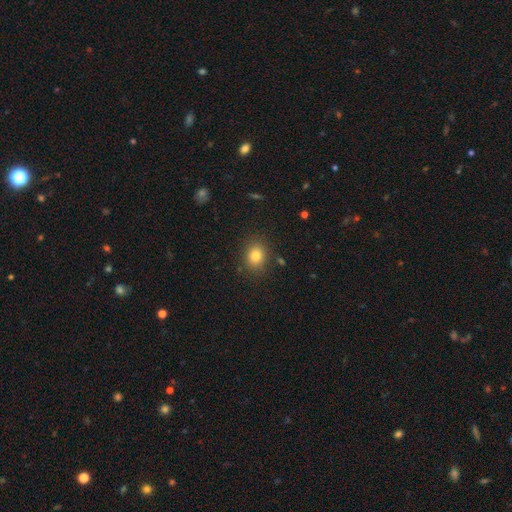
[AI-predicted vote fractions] smooth_or_featured: smooth (p=0.81) [alt: star or artifact p=0.12]
how_rounded: round (p=0.59) [alt: in between p=0.40]
merging: none (p=0.85) [alt: minor disturbance p=0.09]